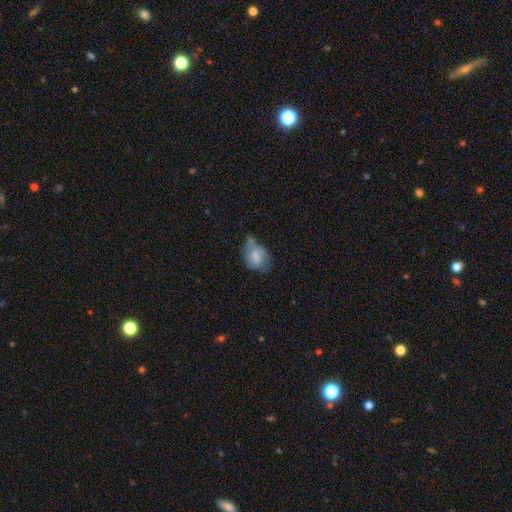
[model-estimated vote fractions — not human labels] A smooth galaxy with no disk features (63%) that is in between round and cigar-shaped (73%).

Vote fractions:
- Smooth or featured? smooth: 63% / featured or disk: 29% / star or artifact: 8%
- How rounded? in between: 73% / round: 26% / cigar-shaped: 2%
- Merging? minor disturbance: 39% / none: 37% / major disturbance: 18% / merger: 6%